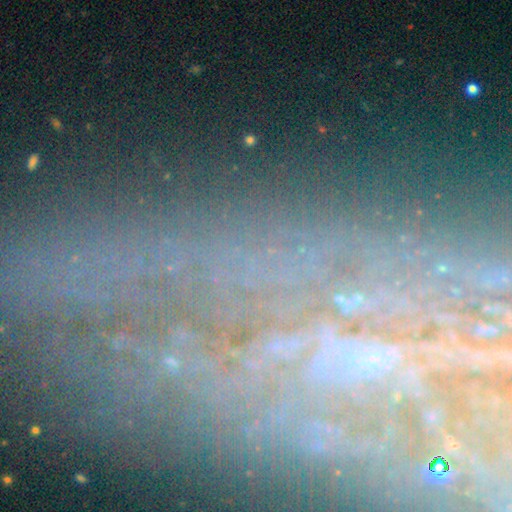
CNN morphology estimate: type=star or artifact (44%).